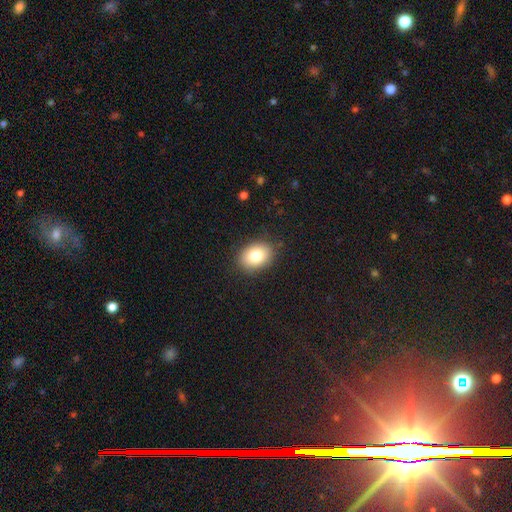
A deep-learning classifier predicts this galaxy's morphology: smooth-or-featured: smooth: 81% | featured or disk: 11% | star or artifact: 9%
  how-rounded: in between: 69% | round: 30% | cigar-shaped: 1%
  merging: none: 87% | minor disturbance: 9% | major disturbance: 3% | merger: 1%